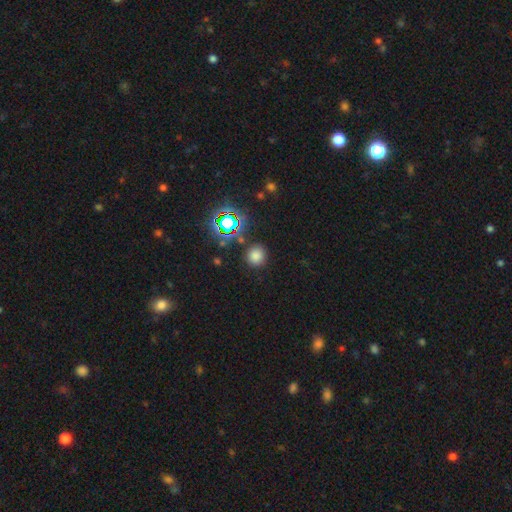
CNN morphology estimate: A smooth galaxy with no disk features (71%) that is round (90%).

Vote fractions:
- Smooth or featured? smooth: 71% / star or artifact: 23% / featured or disk: 6%
- How rounded? round: 90% / in between: 9% / cigar-shaped: 1%
- Merging? none: 86% / minor disturbance: 8% / merger: 3% / major disturbance: 3%